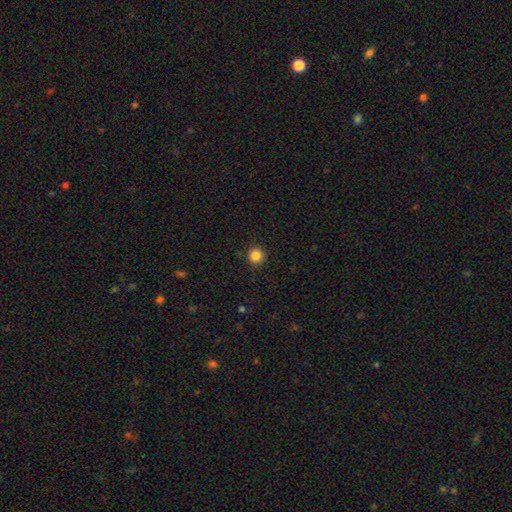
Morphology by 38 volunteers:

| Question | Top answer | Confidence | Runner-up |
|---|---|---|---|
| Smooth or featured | smooth | 89% | star or artifact (8%) |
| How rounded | round | 100% | — |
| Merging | none | 91% | minor disturbance (6%) |